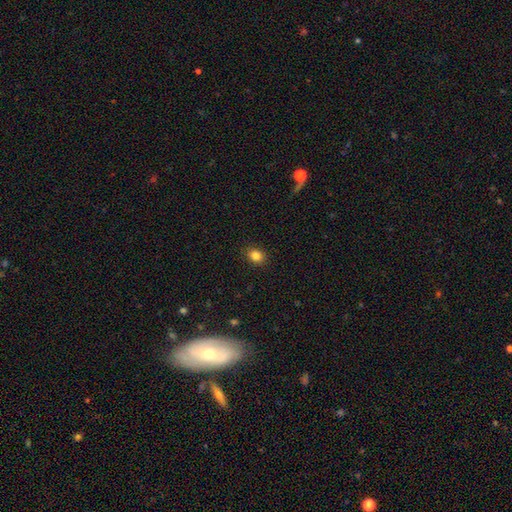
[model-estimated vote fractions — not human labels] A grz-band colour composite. It shows a smooth galaxy with no disk features (84%) that is in between round and cigar-shaped (52%). Merging: none (89%).